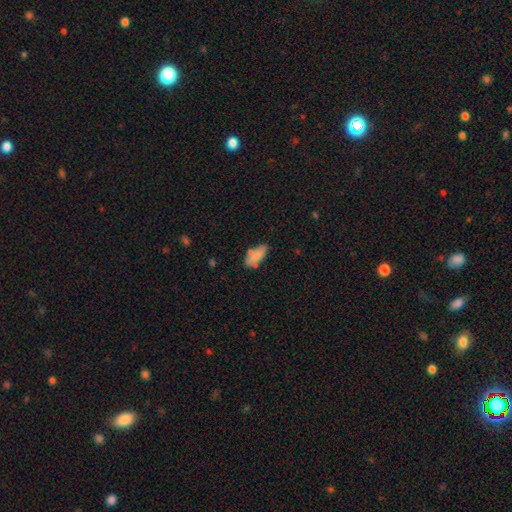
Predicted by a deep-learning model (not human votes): smooth_or_featured: smooth (p=0.79) [alt: featured or disk p=0.13]
how_rounded: in between (p=0.85) [alt: cigar-shaped p=0.13]
merging: none (p=0.62) [alt: minor disturbance p=0.22]